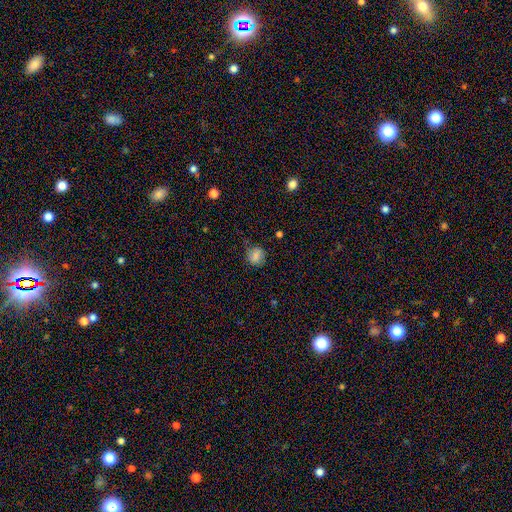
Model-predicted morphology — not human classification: Smooth or featured? smooth (80%)
How rounded? round (74%)
Merging? none (67%)